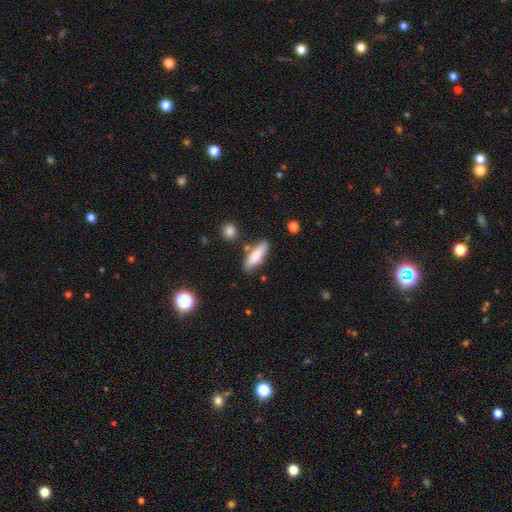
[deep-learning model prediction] Overall: smooth (80%). How rounded: cigar-shaped (53%; in between 45%). Merging: none (77%).